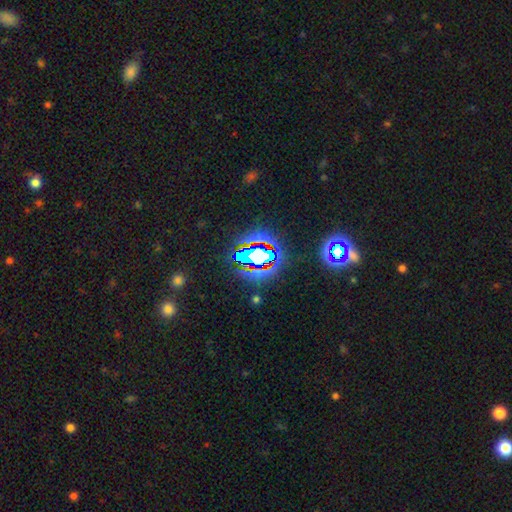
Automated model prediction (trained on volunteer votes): A star or artifact, not a galaxy (65%).

Vote fractions:
- Smooth or featured? star or artifact: 65% / smooth: 21% / featured or disk: 15%